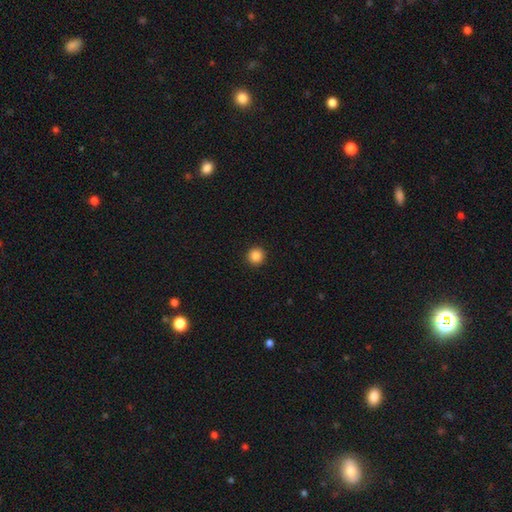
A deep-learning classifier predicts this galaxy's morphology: Overall: smooth (87%). How rounded: round (95%). Merging: none (93%).